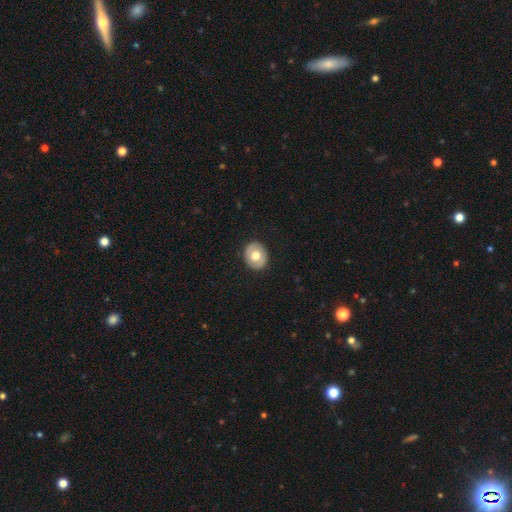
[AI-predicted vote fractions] The model was most divided on "smooth or featured": smooth: 66%, featured or disk: 27%, star or artifact: 7%. More confident: merging — none (89%); how rounded — round (72%).